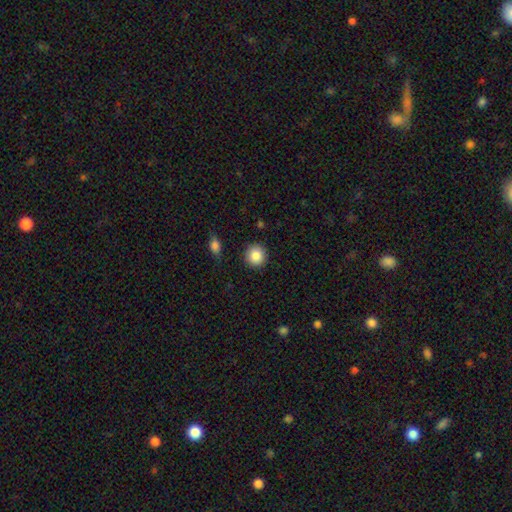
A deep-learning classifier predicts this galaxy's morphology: Smooth or featured? Predicted: smooth (p=0.87). How rounded? Predicted: round (p=0.92). Merging? Predicted: none (p=0.90).